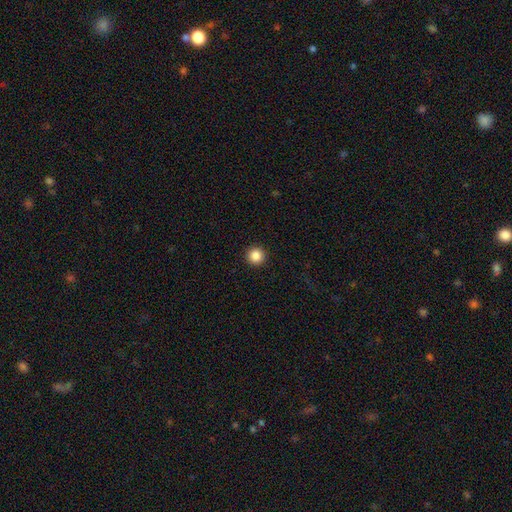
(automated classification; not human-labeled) Smooth or featured?
  - smooth: 86% *
  - star or artifact: 10%
  - featured or disk: 3%
How rounded?
  - round: 96% *
  - in between: 3%
  - cigar-shaped: 1%
Merging?
  - none: 94% *
  - minor disturbance: 4%
  - major disturbance: 2%
  - merger: 1%